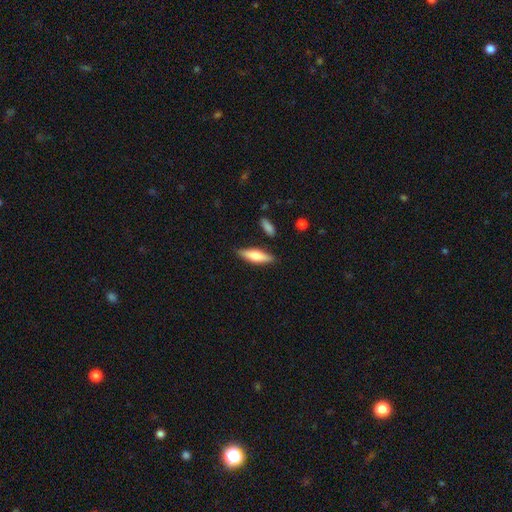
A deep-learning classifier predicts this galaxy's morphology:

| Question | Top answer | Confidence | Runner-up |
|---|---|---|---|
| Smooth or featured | smooth | 65% | featured or disk (29%) |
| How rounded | cigar-shaped | 59% | in between (39%) |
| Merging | none | 83% | minor disturbance (11%) |